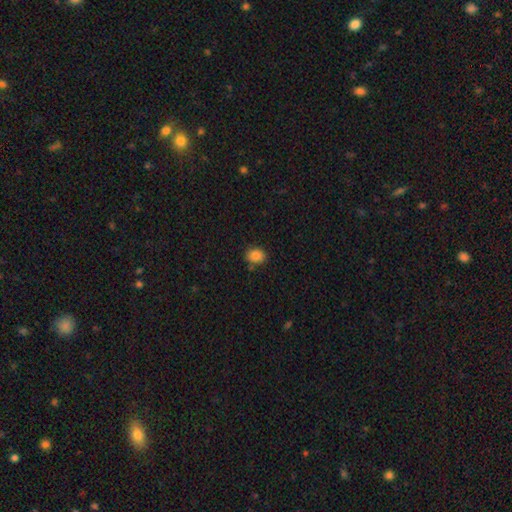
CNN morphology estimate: Smooth or featured? smooth (86%)
How rounded? round (57%)
Merging? none (81%)